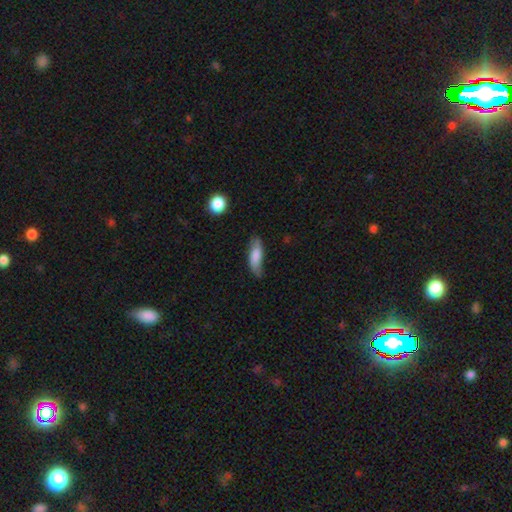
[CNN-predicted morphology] The model was most divided on "how rounded": in between: 58%, cigar-shaped: 40%, round: 3%. More confident: smooth or featured — smooth (75%); merging — none (60%).